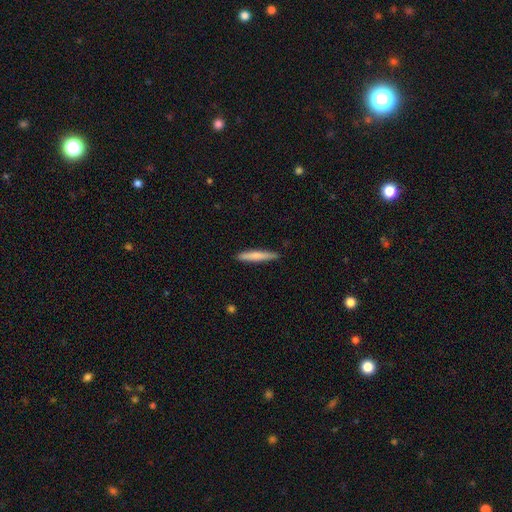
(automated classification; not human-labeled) smooth_or_featured: smooth (p=0.74) [alt: featured or disk p=0.21]
how_rounded: cigar-shaped (p=0.93) [alt: in between p=0.06]
merging: none (p=0.88) [alt: minor disturbance p=0.10]